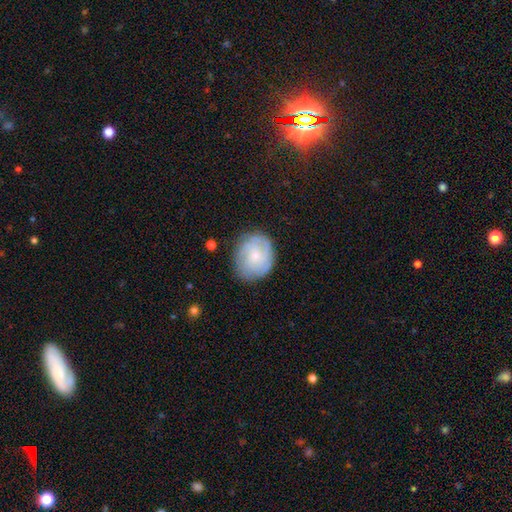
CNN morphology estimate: smooth_or_featured: featured or disk (p=0.52) [alt: smooth p=0.40]
disk_edge_on: no (p=0.98) [alt: yes p=0.02]
bar: no (p=0.76) [alt: weak p=0.21]
has_spiral_arms: yes (p=0.84) [alt: no p=0.16]
bulge_size: small (p=0.60) [alt: moderate p=0.29]
merging: none (p=0.76) [alt: minor disturbance p=0.17]